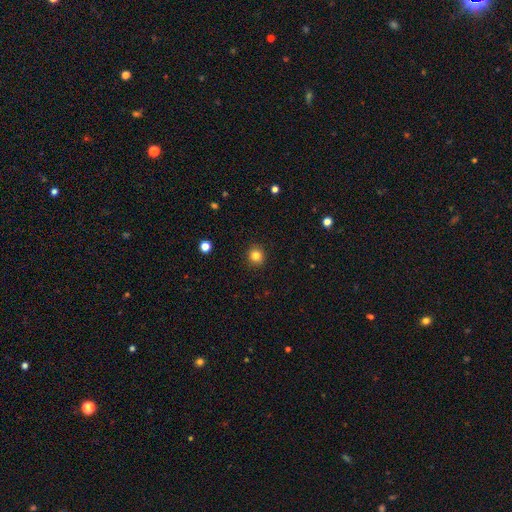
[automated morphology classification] A smooth galaxy with no disk features (83%) that is round (89%). Merging: none (92%).